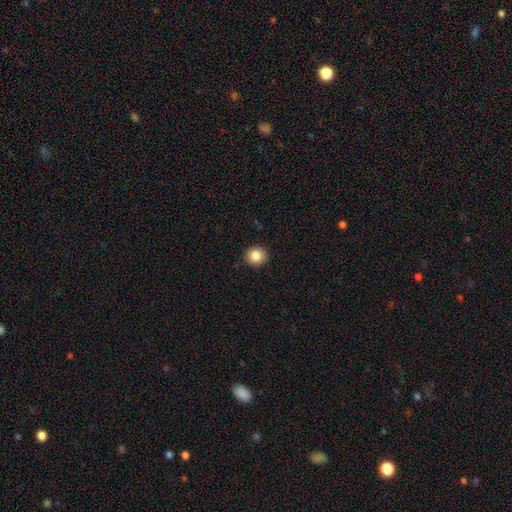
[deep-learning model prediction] Overall: smooth (85%). How rounded: round (86%). Merging: none (91%).